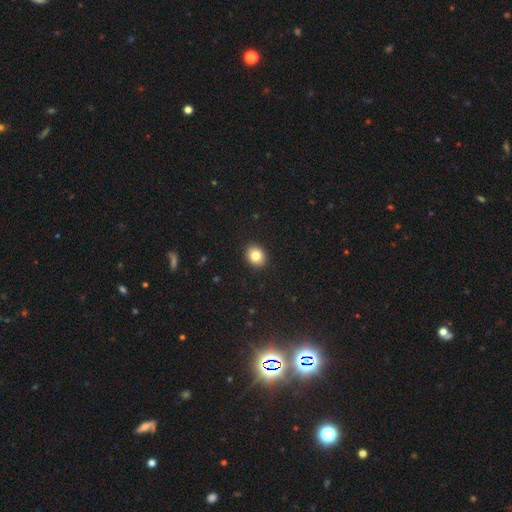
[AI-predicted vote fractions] Q: Smooth or featured?
A: smooth (83%); runner-up: star or artifact (10%)
Q: How rounded?
A: round (61%); runner-up: in between (38%)
Q: Merging?
A: none (92%); runner-up: minor disturbance (6%)